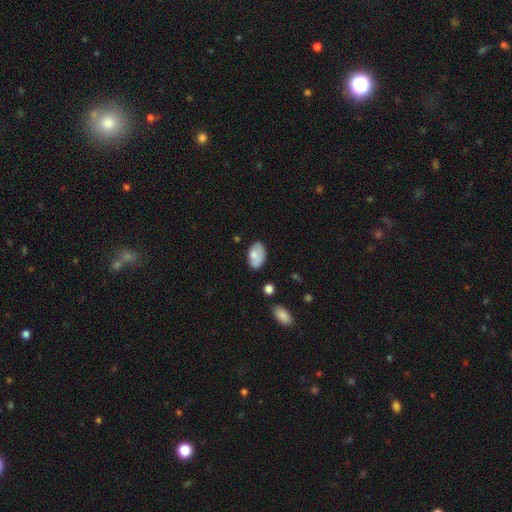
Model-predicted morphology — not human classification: type=smooth (75%); roundness=in between (92%); merging=none (65%).